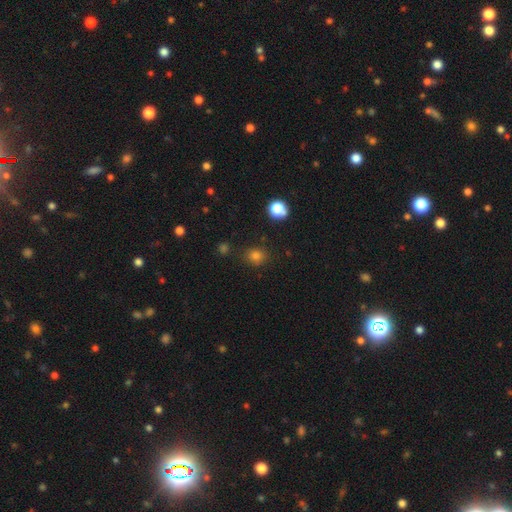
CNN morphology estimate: A smooth galaxy with no disk features (78%) that is round (68%).

Vote fractions:
- Smooth or featured? smooth: 78% / star or artifact: 17% / featured or disk: 5%
- How rounded? round: 68% / in between: 31% / cigar-shaped: 1%
- Merging? none: 81% / minor disturbance: 12% / major disturbance: 4% / merger: 4%